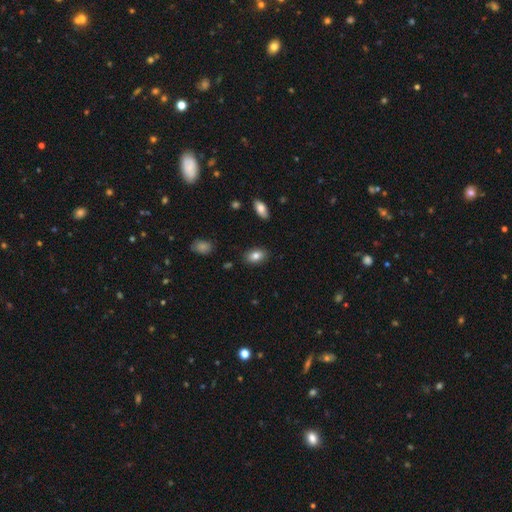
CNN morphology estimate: Overall: smooth (82%). How rounded: in between (88%). Merging: none (87%).